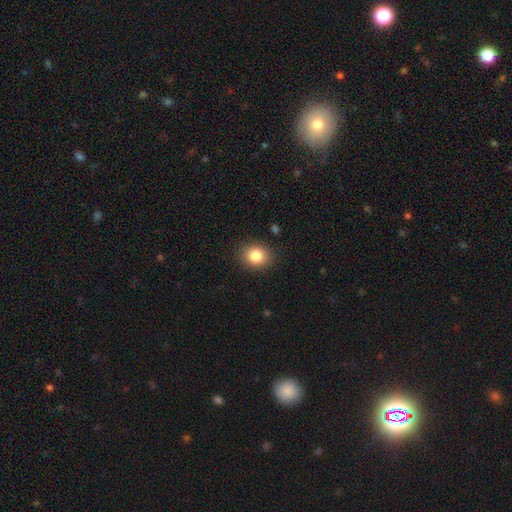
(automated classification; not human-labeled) Overall: smooth (85%). How rounded: round (64%; in between 35%). Merging: none (89%).